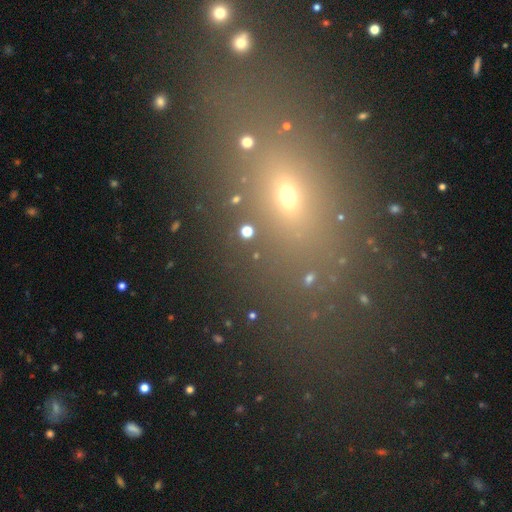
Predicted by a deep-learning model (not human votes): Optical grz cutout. It shows a smooth galaxy with no disk features (49%). Merging: none (77%).